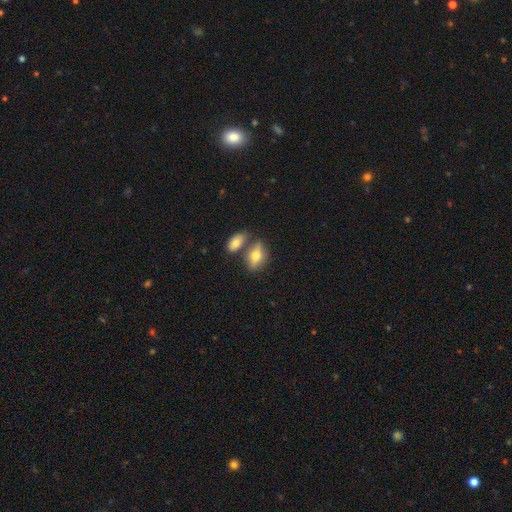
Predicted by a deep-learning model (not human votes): A smooth galaxy with no disk features (69%) that is in between round and cigar-shaped (81%).

Vote fractions:
- Smooth or featured? smooth: 69% / featured or disk: 24% / star or artifact: 7%
- How rounded? in between: 81% / round: 11% / cigar-shaped: 8%
- Merging? none: 52% / merger: 30% / minor disturbance: 13% / major disturbance: 5%